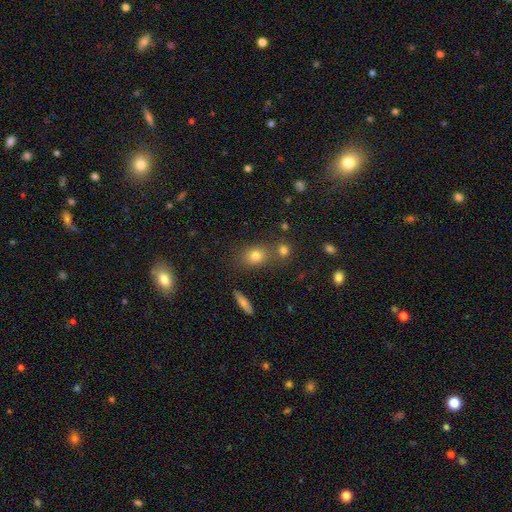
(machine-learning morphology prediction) smooth 75%, star or artifact 14%, featured or disk 10%. Down the decision tree: how rounded — round (52%); merging — none (66%).